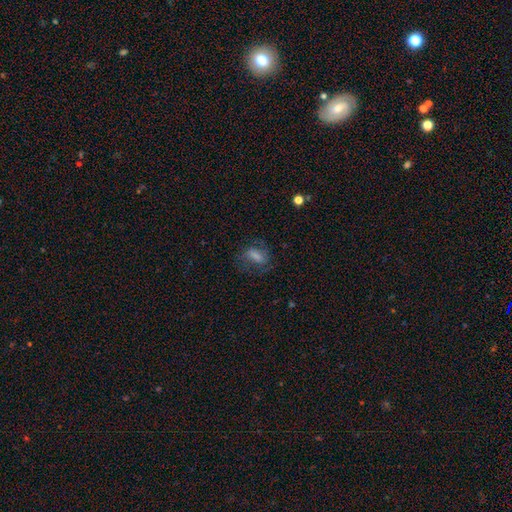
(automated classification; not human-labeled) A smooth galaxy with no disk features (59%) that is in between round and cigar-shaped (77%). Merging: none (52%).